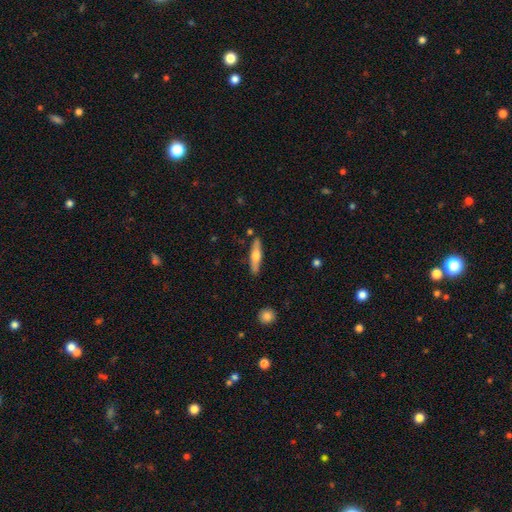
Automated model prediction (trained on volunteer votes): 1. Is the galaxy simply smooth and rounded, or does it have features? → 48% smooth, 47% featured or disk, 6% star or artifact.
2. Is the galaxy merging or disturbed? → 85% none, 10% minor disturbance, 3% merger, 2% major disturbance.